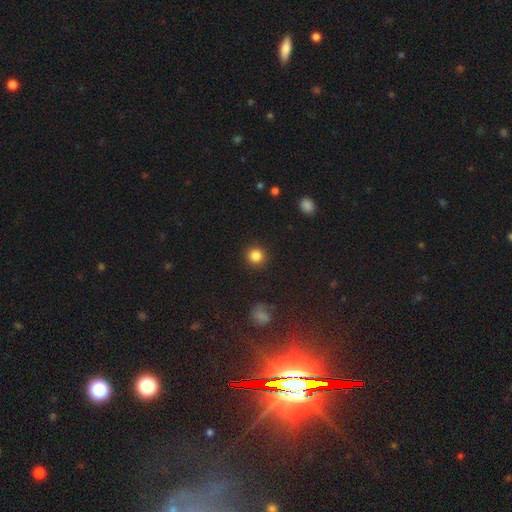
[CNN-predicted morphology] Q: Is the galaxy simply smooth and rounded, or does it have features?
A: smooth — 85%.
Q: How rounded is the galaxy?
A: round — 93%.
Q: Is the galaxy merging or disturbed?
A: none — 92%.